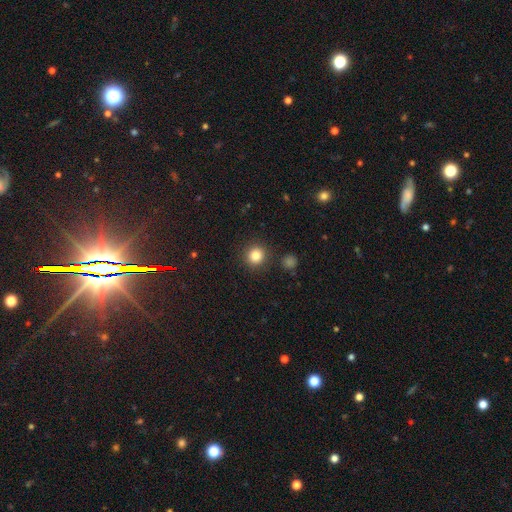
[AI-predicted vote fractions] Smooth or featured? smooth (83%)
How rounded? round (92%)
Merging? none (89%)